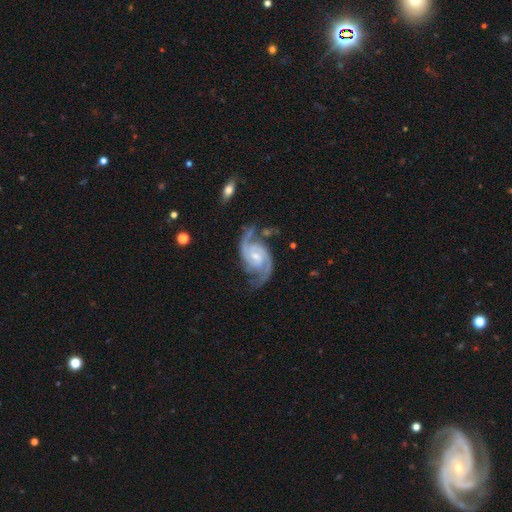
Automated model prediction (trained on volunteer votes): Morphology: type=featured or disk (93%); edge-on=no (98%); bar=weak (47%); spiral arms=yes (98%); winding=medium (58%); arm count=2 (89%); bulge=small (51%); merging=none (66%).